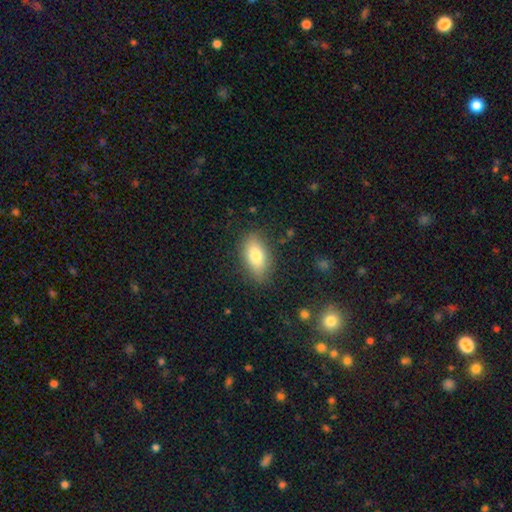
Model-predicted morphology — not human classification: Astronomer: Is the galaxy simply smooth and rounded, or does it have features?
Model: smooth — 78%.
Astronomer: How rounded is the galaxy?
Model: in between — 87%.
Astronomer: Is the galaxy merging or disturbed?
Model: none — 83%.